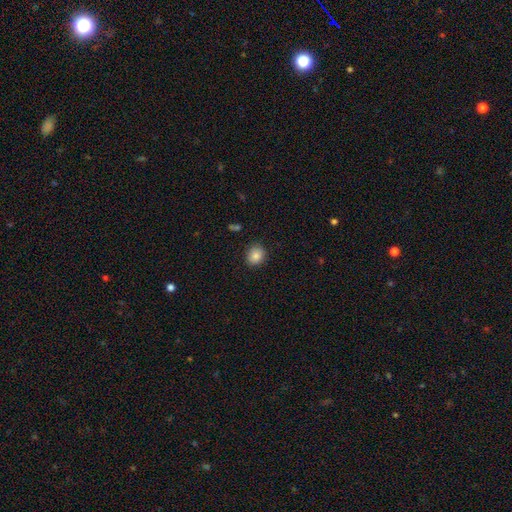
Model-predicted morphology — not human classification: smooth-or-featured: smooth: 85% | star or artifact: 9% | featured or disk: 6%
  how-rounded: round: 75% | in between: 24% | cigar-shaped: 1%
  merging: none: 87% | minor disturbance: 10% | major disturbance: 2% | merger: 1%